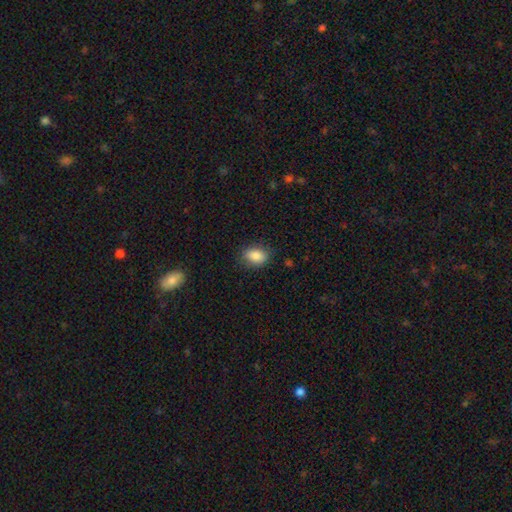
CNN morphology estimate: smooth_or_featured: smooth (p=0.86) [alt: star or artifact p=0.08]
how_rounded: in between (p=0.79) [alt: round p=0.20]
merging: none (p=0.82) [alt: minor disturbance p=0.14]